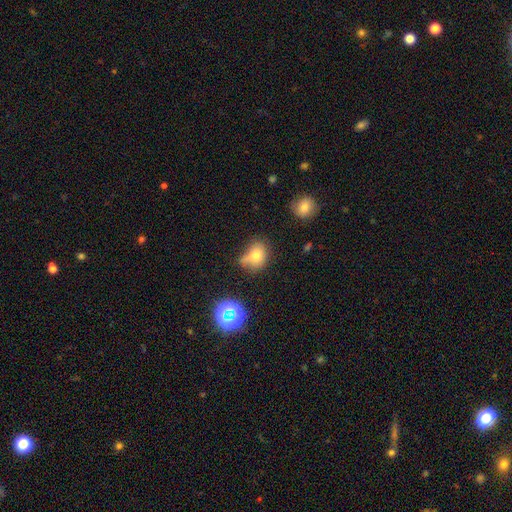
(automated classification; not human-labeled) Morphology: type=smooth (69%); roundness=in between (56%); merging=none (40%).